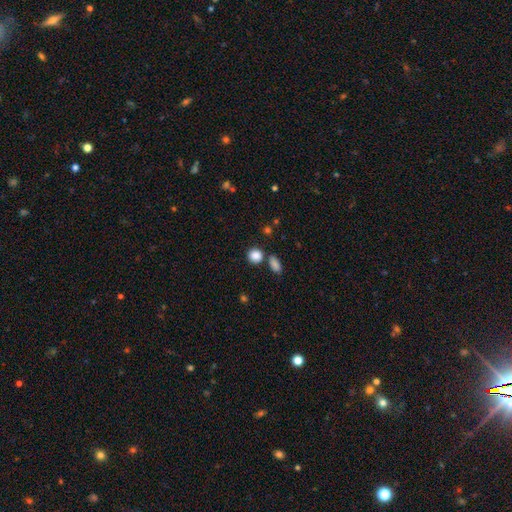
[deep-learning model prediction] A smooth galaxy with no disk features (86%) that is round (75%). Merging: none (72%).